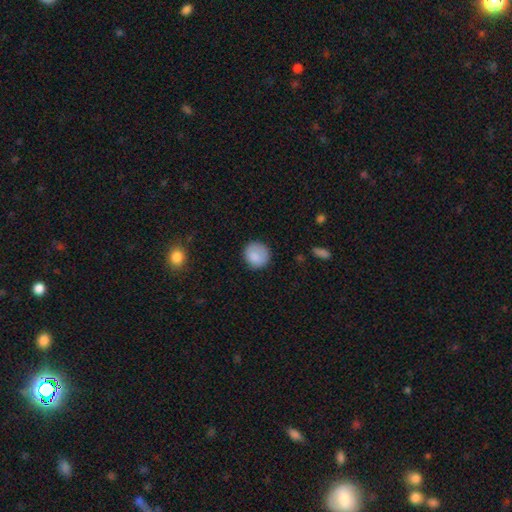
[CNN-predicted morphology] smooth-or-featured: smooth: 86% | star or artifact: 8% | featured or disk: 6%
  how-rounded: round: 88% | in between: 11% | cigar-shaped: 1%
  merging: none: 81% | minor disturbance: 14% | major disturbance: 4% | merger: 1%